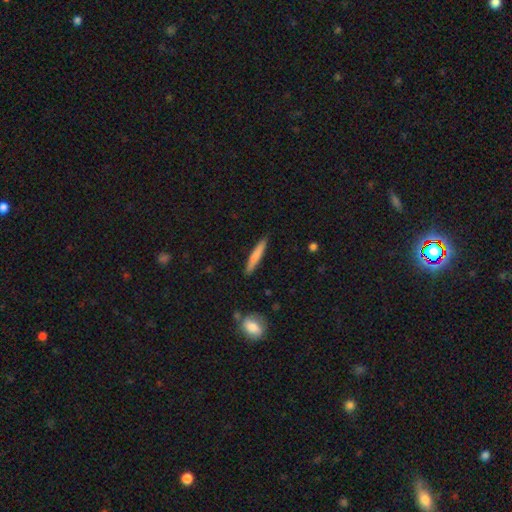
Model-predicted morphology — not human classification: The model was most divided on "smooth or featured": smooth: 74%, featured or disk: 21%, star or artifact: 5%. More confident: how rounded — cigar-shaped (94%); merging — none (88%).